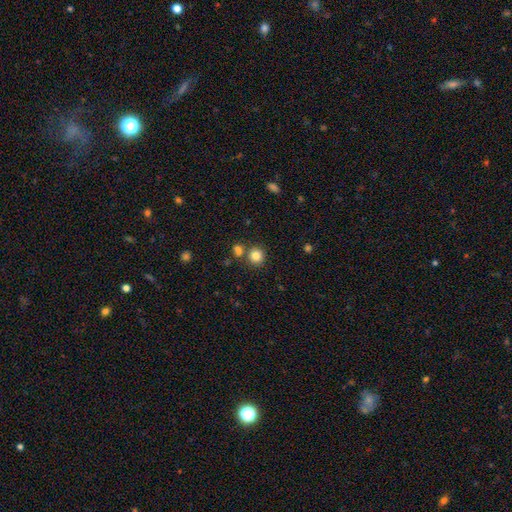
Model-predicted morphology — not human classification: Smooth or featured? smooth (83%)
How rounded? round (91%)
Merging? none (77%)